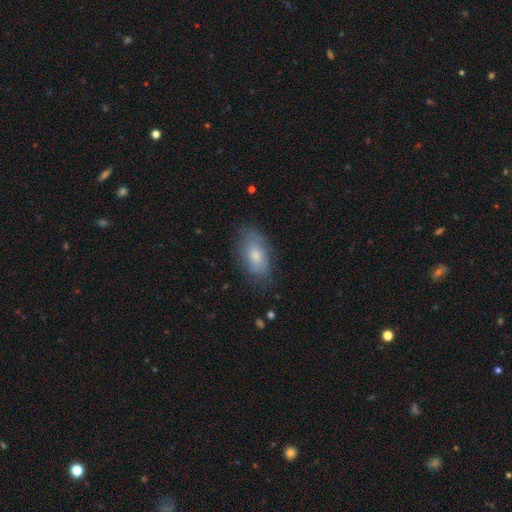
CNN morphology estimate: Smooth or featured?
  - smooth: 67% *
  - featured or disk: 25%
  - star or artifact: 7%
How rounded?
  - in between: 90% *
  - cigar-shaped: 5%
  - round: 5%
Merging?
  - none: 72% *
  - minor disturbance: 21%
  - major disturbance: 6%
  - merger: 1%